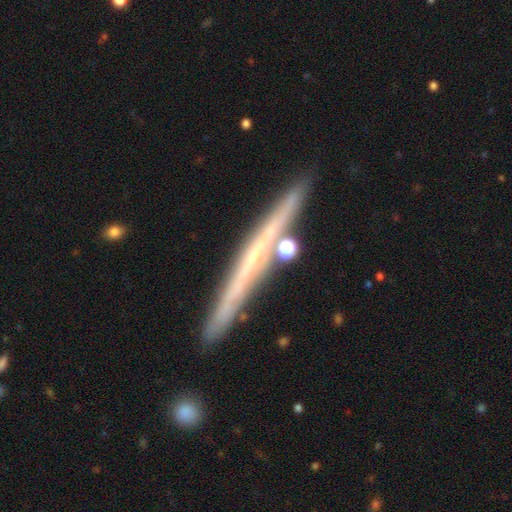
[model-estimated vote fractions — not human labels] Smooth or featured? Predicted: featured or disk (p=0.68). Edge-on disk? Predicted: yes (p=0.96). Edge-on bulge? Predicted: none (p=0.75). Merging? Predicted: none (p=0.85).